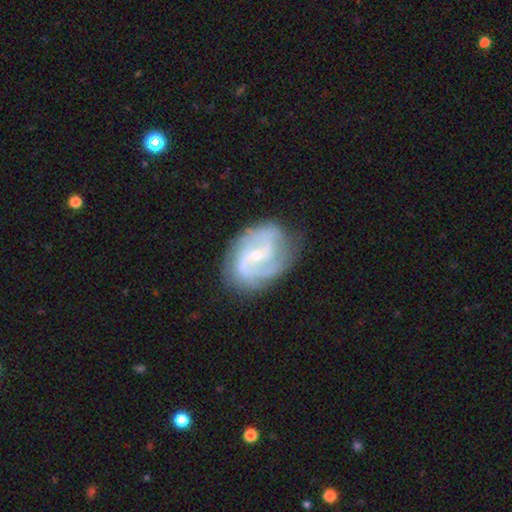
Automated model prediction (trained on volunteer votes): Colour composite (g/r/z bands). It shows a featured or disk galaxy (85%) with a weak bar (43%), 2 (71%) medium (49%) spiral arms (94%) and a small central bulge (70%). Merging: none (73%).